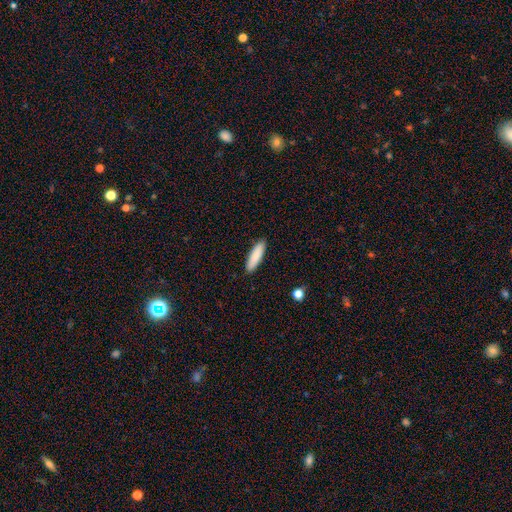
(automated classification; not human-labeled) Q: Smooth or featured?
A: smooth (87%); runner-up: featured or disk (7%)
Q: How rounded?
A: cigar-shaped (67%); runner-up: in between (32%)
Q: Merging?
A: none (90%); runner-up: minor disturbance (7%)